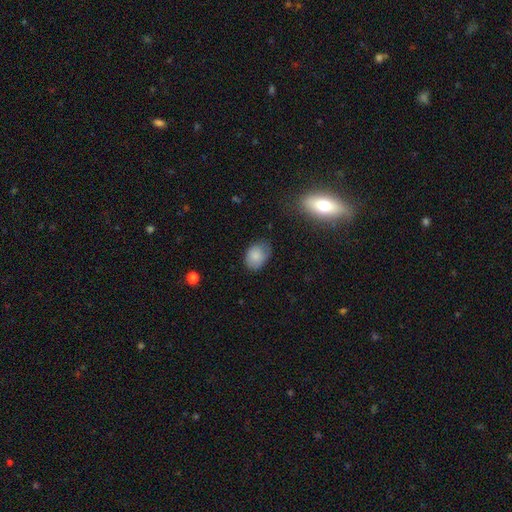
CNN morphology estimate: smooth 83%, star or artifact 9%, featured or disk 9%. Down the decision tree: how rounded — in between (70%); merging — none (65%).